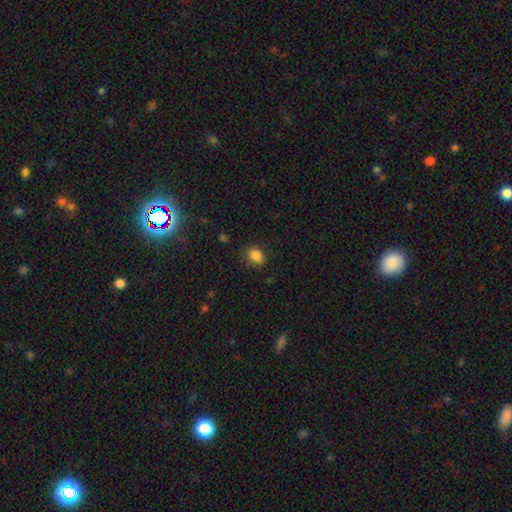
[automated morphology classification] type=smooth (85%); roundness=in between (59%); merging=none (82%).